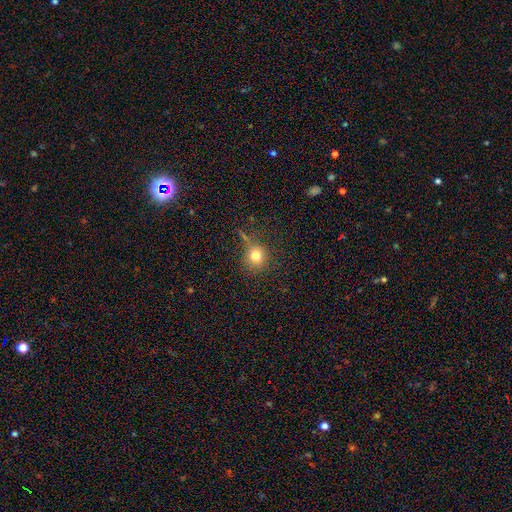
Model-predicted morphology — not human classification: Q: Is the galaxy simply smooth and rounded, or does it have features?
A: smooth — 76%.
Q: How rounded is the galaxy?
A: round — 90%.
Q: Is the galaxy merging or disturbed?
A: none — 74%.